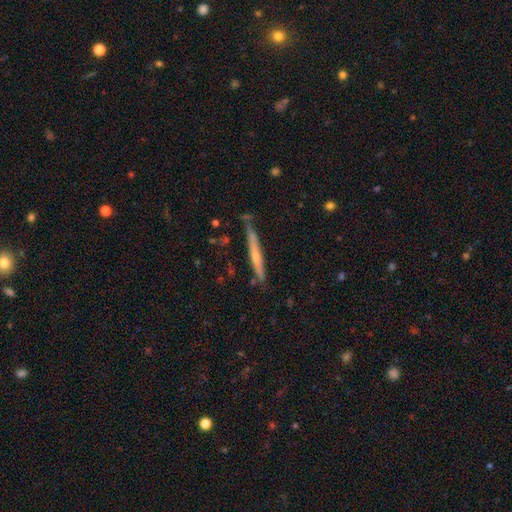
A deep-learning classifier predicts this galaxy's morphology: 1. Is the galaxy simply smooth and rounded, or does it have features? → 58% featured or disk, 36% smooth, 6% star or artifact.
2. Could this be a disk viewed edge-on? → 95% yes, 5% no.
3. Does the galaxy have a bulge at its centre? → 52% rounded, 43% none, 5% boxy.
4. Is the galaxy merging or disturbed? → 77% none, 17% minor disturbance, 3% merger, 3% major disturbance.